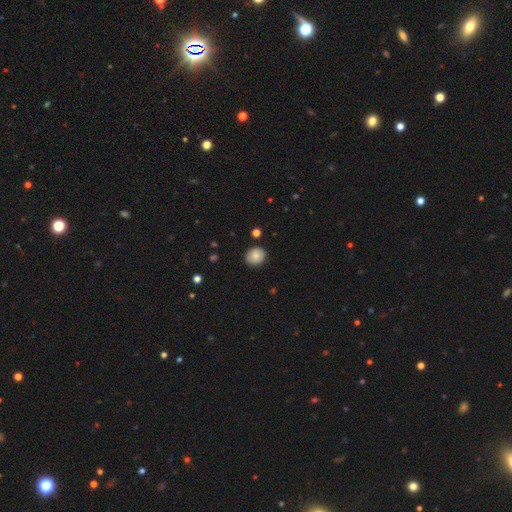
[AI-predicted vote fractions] Smooth or featured? Predicted: smooth (p=0.79). How rounded? Predicted: round (p=0.72). Merging? Predicted: none (p=0.85).